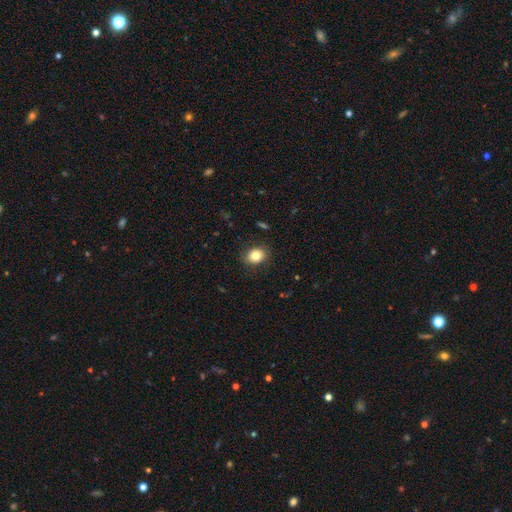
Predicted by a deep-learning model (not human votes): This is clearly a smooth galaxy (83%). How rounded: possibly in between (56%). Merging: clearly none (85%).